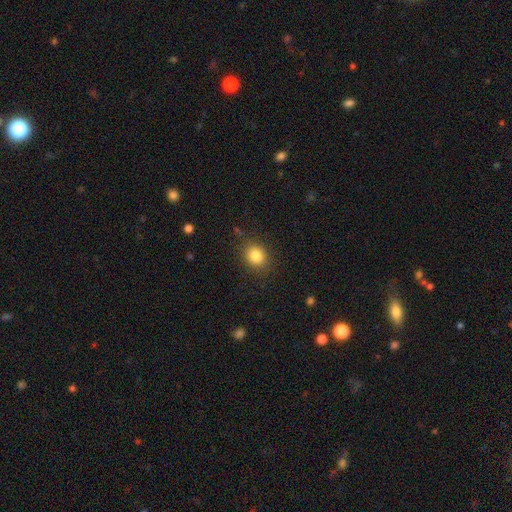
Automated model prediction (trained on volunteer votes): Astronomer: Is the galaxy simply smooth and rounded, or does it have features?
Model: smooth — 84%.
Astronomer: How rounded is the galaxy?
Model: round — 65%.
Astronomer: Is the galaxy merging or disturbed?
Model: none — 84%.